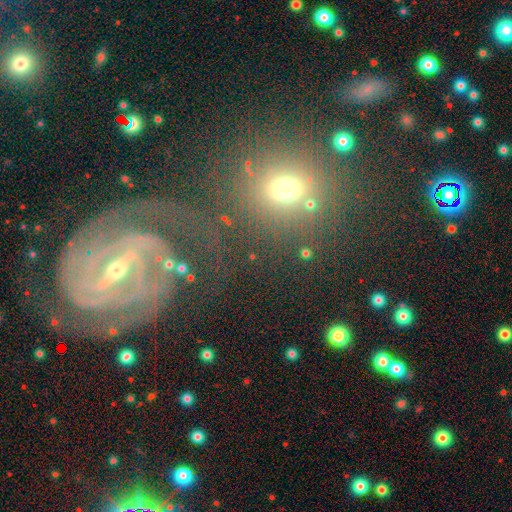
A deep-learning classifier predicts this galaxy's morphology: A featured or disk galaxy (52%).

Vote fractions:
- Smooth or featured? featured or disk: 52% / smooth: 27% / star or artifact: 21%
- Edge-on disk? no: 90% / yes: 10%
- Merging? none: 74% / minor disturbance: 13% / major disturbance: 7% / merger: 6%